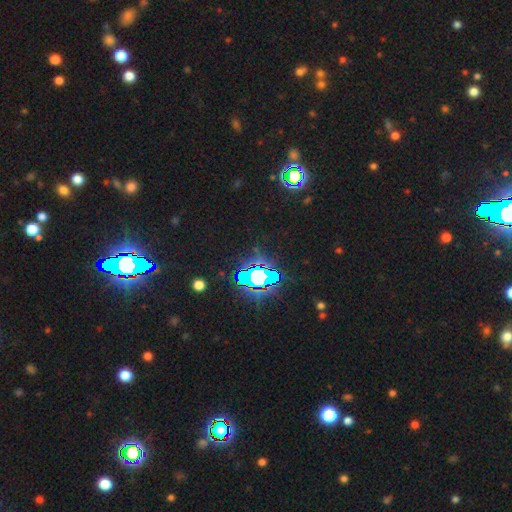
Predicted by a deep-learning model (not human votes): Q: Smooth or featured?
A: star or artifact (83%); runner-up: smooth (10%)